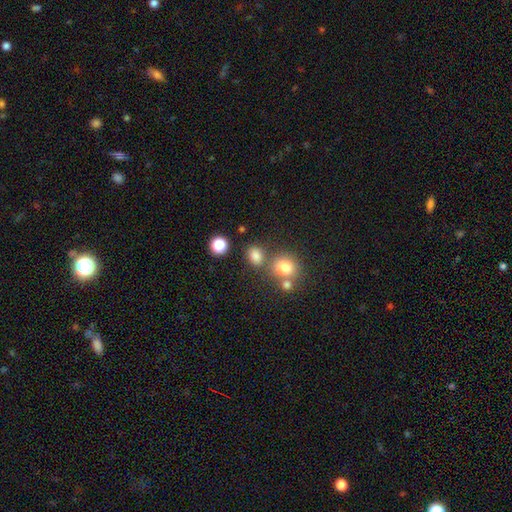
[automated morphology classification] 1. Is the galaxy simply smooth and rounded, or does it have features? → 78% smooth, 15% star or artifact, 7% featured or disk.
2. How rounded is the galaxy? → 50% round, 48% in between, 1% cigar-shaped.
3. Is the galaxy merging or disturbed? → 65% none, 19% merger, 11% minor disturbance, 5% major disturbance.